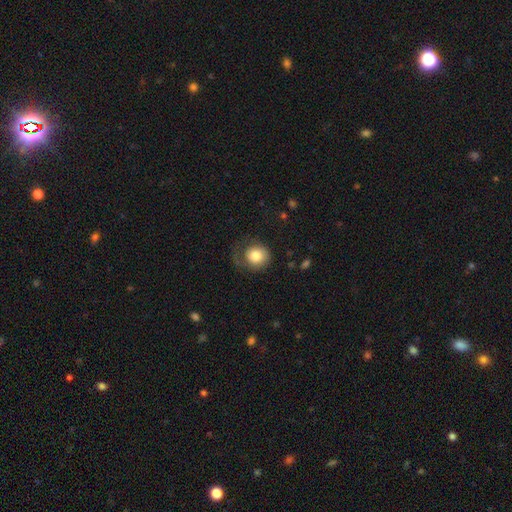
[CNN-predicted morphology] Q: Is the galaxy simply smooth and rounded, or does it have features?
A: smooth — 77%.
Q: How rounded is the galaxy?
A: round — 83%.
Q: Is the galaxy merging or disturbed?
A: none — 49%.